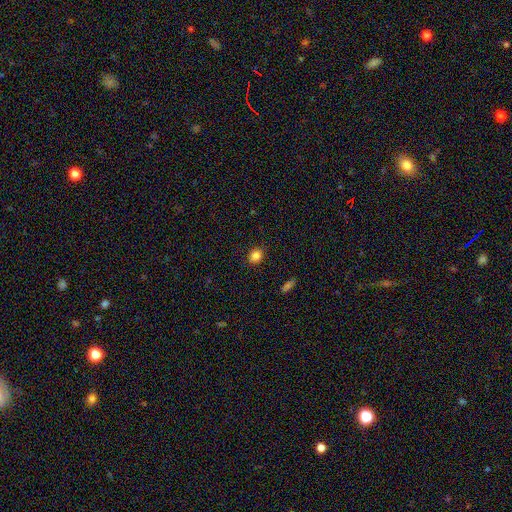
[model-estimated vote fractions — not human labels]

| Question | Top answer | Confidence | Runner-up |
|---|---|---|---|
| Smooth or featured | smooth | 84% | star or artifact (11%) |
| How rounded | round | 67% | in between (32%) |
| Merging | none | 89% | minor disturbance (8%) |